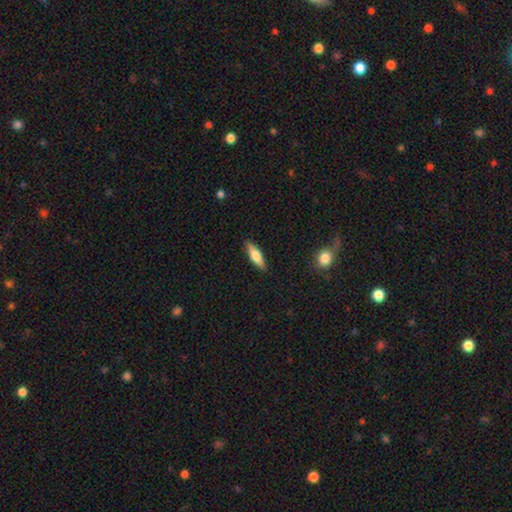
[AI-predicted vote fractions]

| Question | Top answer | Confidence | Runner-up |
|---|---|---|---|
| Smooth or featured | smooth | 59% | featured or disk (35%) |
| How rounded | cigar-shaped | 57% | in between (41%) |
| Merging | none | 89% | minor disturbance (8%) |